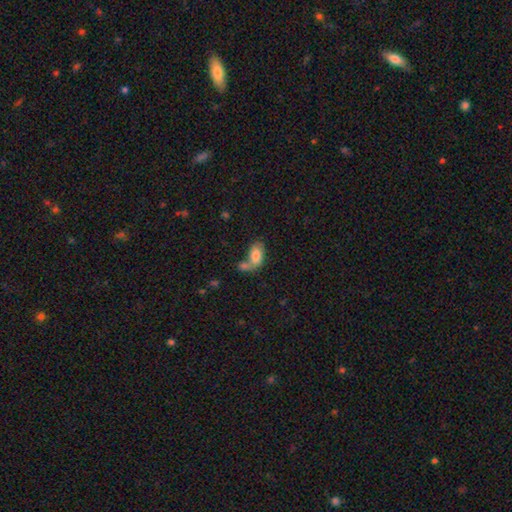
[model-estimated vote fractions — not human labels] Overall: smooth (78%). How rounded: in between (91%). Merging: merger (48%; none 29%).